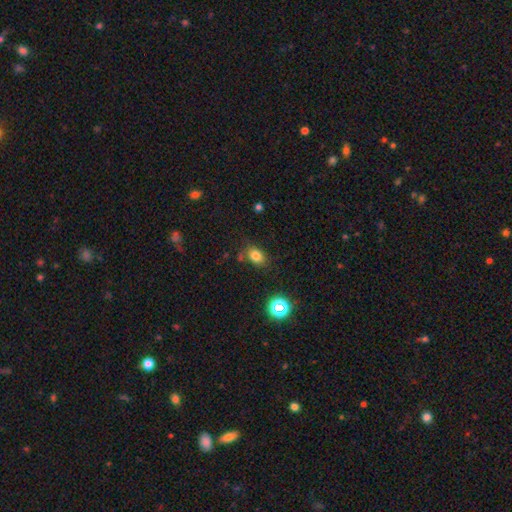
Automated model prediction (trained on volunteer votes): The model was most divided on "how rounded": in between: 67%, round: 32%, cigar-shaped: 1%. More confident: smooth or featured — smooth (79%); merging — none (75%).